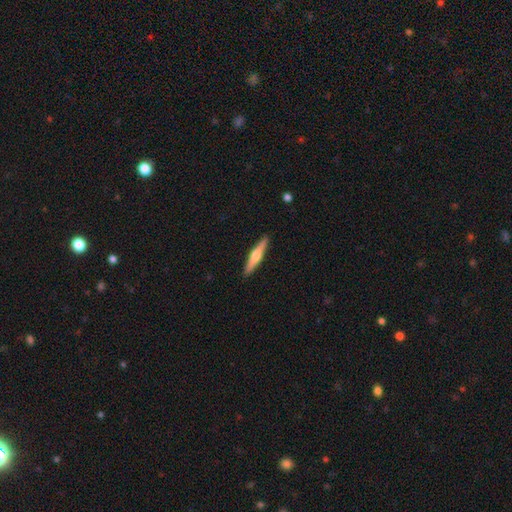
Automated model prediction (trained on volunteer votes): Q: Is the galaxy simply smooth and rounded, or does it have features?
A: featured or disk — 57%.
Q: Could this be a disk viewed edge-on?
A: yes — 97%.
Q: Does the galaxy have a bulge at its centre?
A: rounded — 90%.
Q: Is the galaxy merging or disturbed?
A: none — 91%.